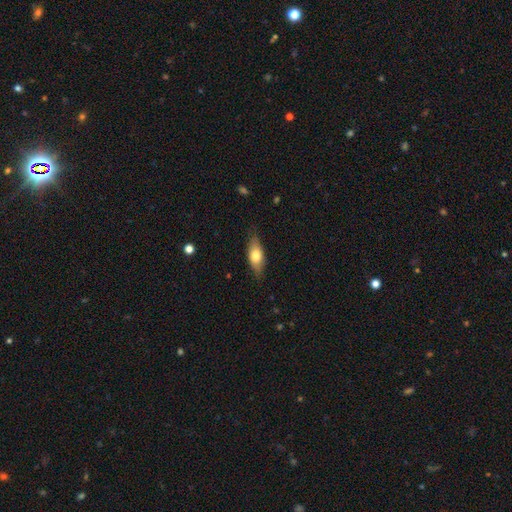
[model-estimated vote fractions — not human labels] This appears to be a smooth galaxy with no disk features (67%) that is in between round and cigar-shaped (75%). Merging: none (82%).